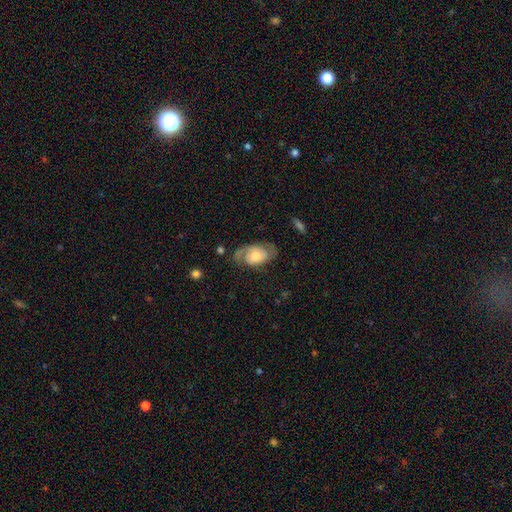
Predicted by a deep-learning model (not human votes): Smooth or featured?
  - featured or disk: 59% *
  - smooth: 34%
  - star or artifact: 7%
Edge-on disk?
  - no: 95% *
  - yes: 5%
Bar?
  - no: 72% *
  - weak: 24%
  - strong: 4%
Spiral arms?
  - yes: 86% *
  - no: 14%
Bulge size?
  - moderate: 41% *
  - small: 25%
  - large: 24%
  - none: 6%
  - dominant: 4%
Merging?
  - none: 54% *
  - minor disturbance: 25%
  - major disturbance: 19%
  - merger: 2%